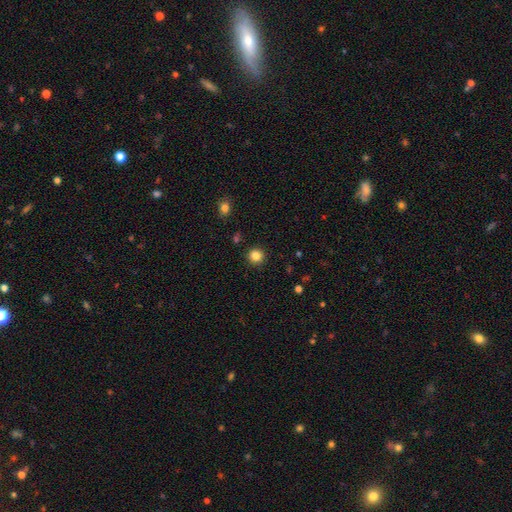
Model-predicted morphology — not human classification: Smooth or featured?
  - smooth: 84% *
  - star or artifact: 12%
  - featured or disk: 4%
How rounded?
  - round: 94% *
  - in between: 5%
  - cigar-shaped: 1%
Merging?
  - none: 92% *
  - minor disturbance: 5%
  - major disturbance: 2%
  - merger: 1%